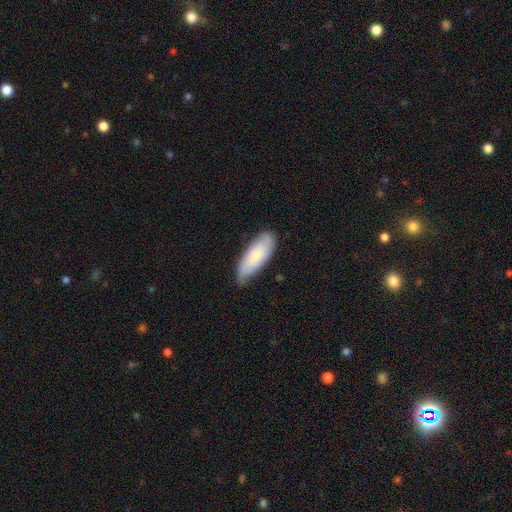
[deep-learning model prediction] Smooth or featured? Predicted: smooth (p=0.64). How rounded? Predicted: in between (p=0.75). Merging? Predicted: none (p=0.69).